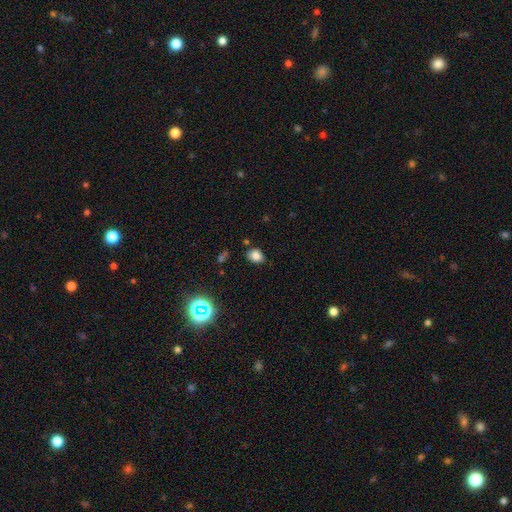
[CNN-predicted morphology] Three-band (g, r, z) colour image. It shows a smooth galaxy with no disk features (81%) that is in between round and cigar-shaped (52%). Merging: none (77%).